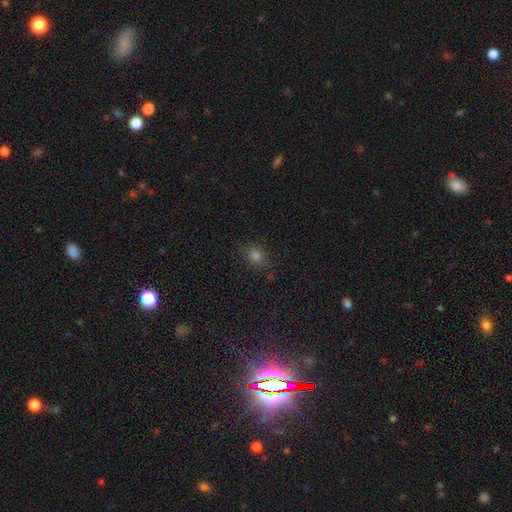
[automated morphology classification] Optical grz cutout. It shows a smooth galaxy with no disk features (68%) that is round (55%). Merging: none (80%).